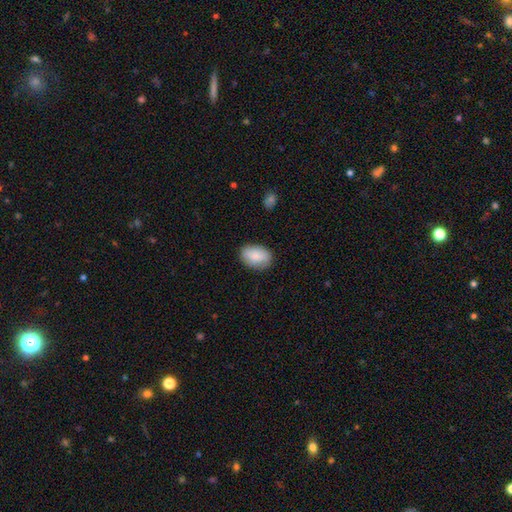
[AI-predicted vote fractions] Smooth or featured: smooth — 83% (featured or disk — 10%)
How rounded: in between — 83% (round — 15%)
Merging: none — 80% (minor disturbance — 15%)